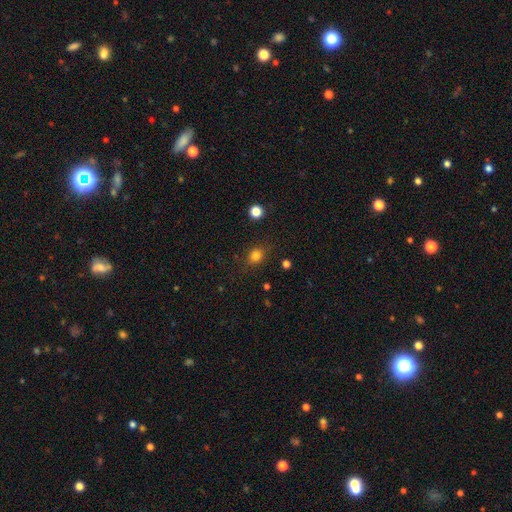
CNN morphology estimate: smooth 81%, star or artifact 13%, featured or disk 6%. Down the decision tree: how rounded — round (57%); merging — none (82%).